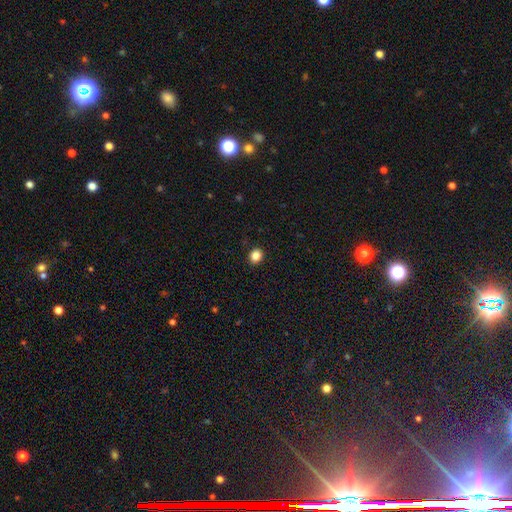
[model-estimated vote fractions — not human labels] Morphology: type=smooth (86%); roundness=round (68%); merging=none (91%).